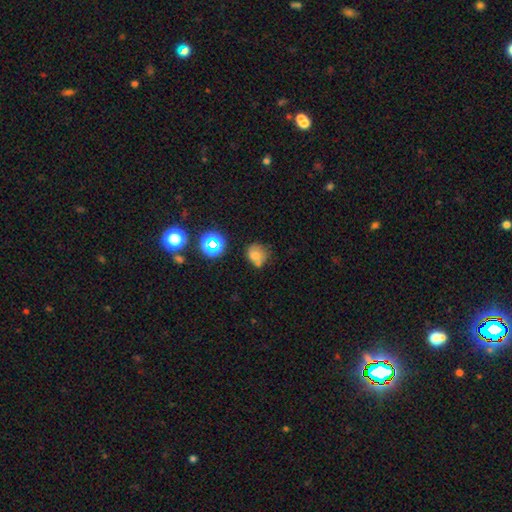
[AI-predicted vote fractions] smooth-or-featured: smooth: 70% | star or artifact: 17% | featured or disk: 13%
  how-rounded: round: 76% | in between: 23% | cigar-shaped: 1%
  merging: none: 54% | minor disturbance: 25% | merger: 14% | major disturbance: 7%